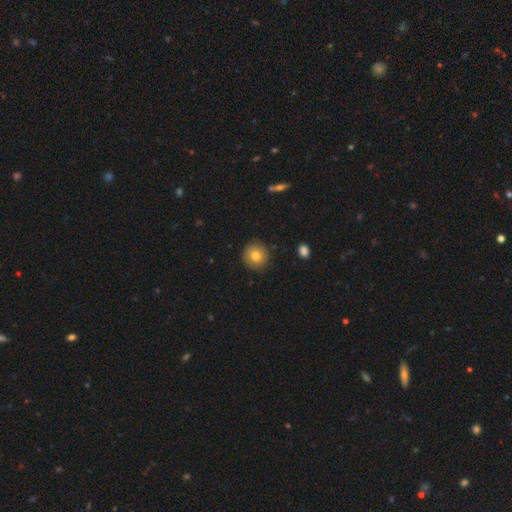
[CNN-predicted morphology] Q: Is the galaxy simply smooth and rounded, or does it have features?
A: smooth — 77%.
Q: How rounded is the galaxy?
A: round — 93%.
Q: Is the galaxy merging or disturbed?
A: none — 88%.